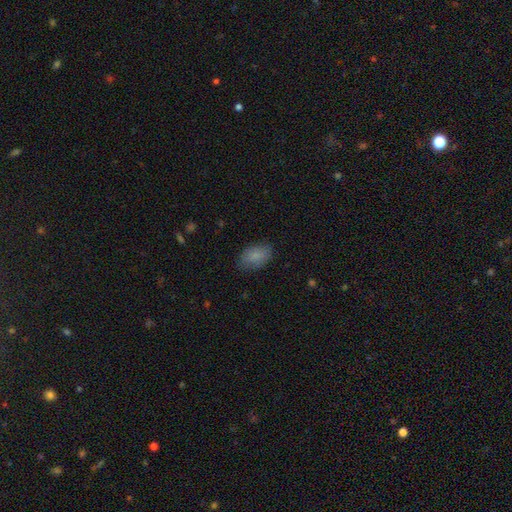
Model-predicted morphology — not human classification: Smooth or featured?
  - smooth: 86% *
  - featured or disk: 7%
  - star or artifact: 7%
How rounded?
  - in between: 90% *
  - round: 8%
  - cigar-shaped: 1%
Merging?
  - none: 81% *
  - minor disturbance: 15%
  - major disturbance: 4%
  - merger: 1%